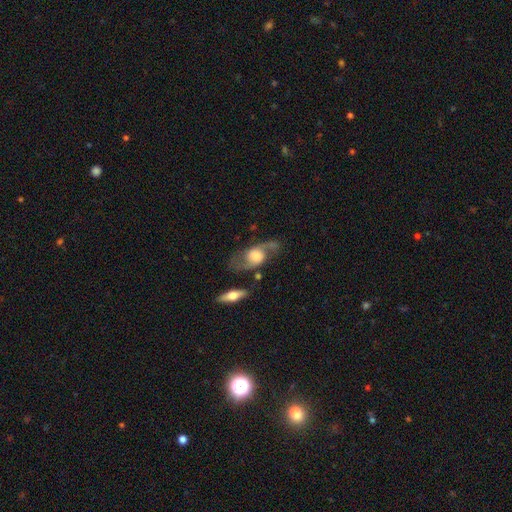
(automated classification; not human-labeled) featured or disk 77%, smooth 17%, star or artifact 6%. Down the decision tree: edge-on disk — no (89%); bar — no (64%); spiral arms — yes (91%); spiral arm count — 2 (89%); spiral winding — loose (61%); bulge size — large (45%); merging — none (59%).